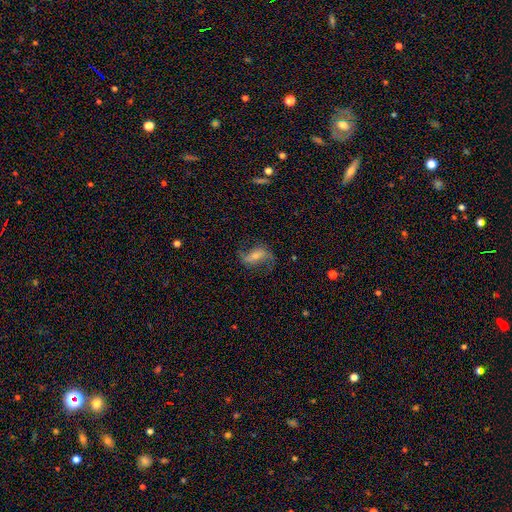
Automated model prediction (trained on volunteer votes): Q: Smooth or featured?
A: featured or disk (74%); runner-up: smooth (16%)
Q: Edge-on disk?
A: no (94%); runner-up: yes (6%)
Q: Bar?
A: weak (35%); runner-up: strong (33%)
Q: Spiral arms?
A: yes (91%); runner-up: no (9%)
Q: Spiral winding?
A: loose (66%); runner-up: medium (25%)
Q: Spiral arm count?
A: 2 (88%); runner-up: can't tell (5%)
Q: Bulge size?
A: small (52%); runner-up: moderate (41%)
Q: Merging?
A: none (69%); runner-up: minor disturbance (17%)